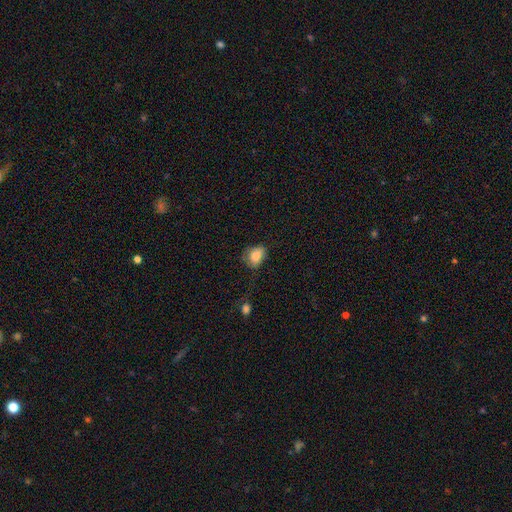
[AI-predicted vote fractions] The model was most divided on "merging": none: 46%, minor disturbance: 34%, major disturbance: 17%, merger: 3%. More confident: smooth or featured — smooth (82%); how rounded — in between (66%).